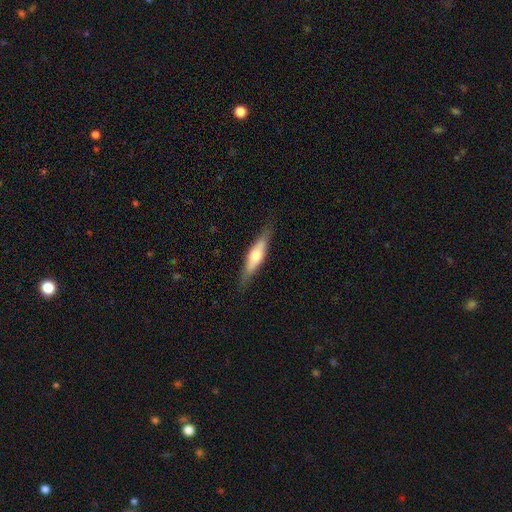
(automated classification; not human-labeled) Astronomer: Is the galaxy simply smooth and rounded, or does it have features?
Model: smooth — 47%, tied with featured or disk at 47%.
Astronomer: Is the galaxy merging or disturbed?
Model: none — 85%.